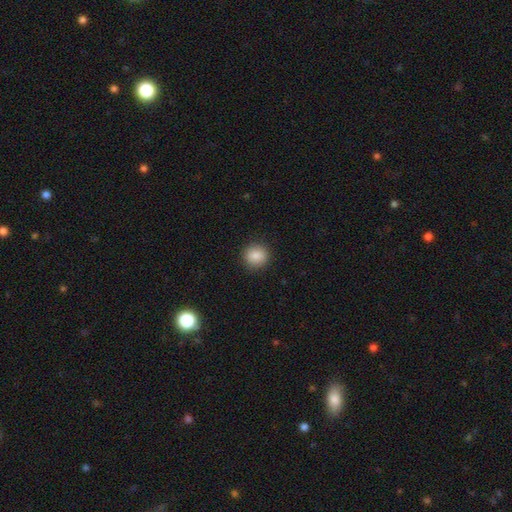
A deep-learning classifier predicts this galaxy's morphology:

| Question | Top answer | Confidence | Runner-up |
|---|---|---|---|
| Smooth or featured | smooth | 86% | star or artifact (9%) |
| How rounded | round | 89% | in between (11%) |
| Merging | none | 90% | minor disturbance (6%) |